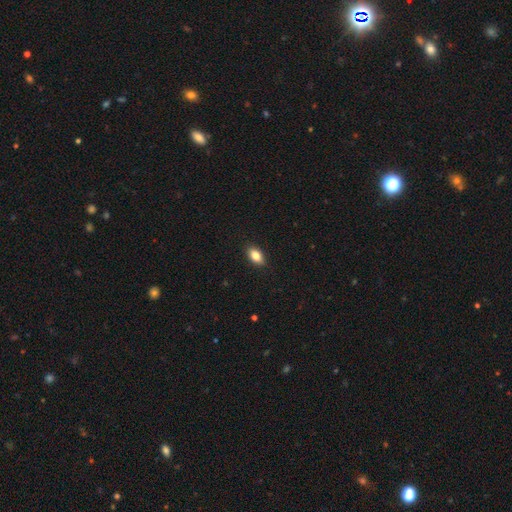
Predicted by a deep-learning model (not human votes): The model was most divided on "smooth or featured": smooth: 83%, featured or disk: 9%, star or artifact: 8%. More confident: merging — none (89%); how rounded — in between (88%).